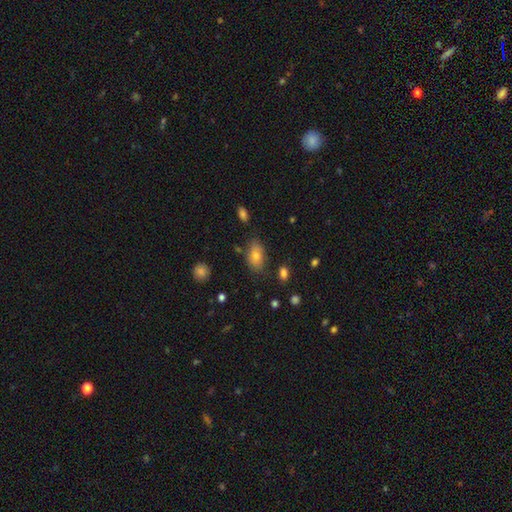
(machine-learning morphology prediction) Overall: smooth (73%). How rounded: in between (88%). Merging: none (76%).